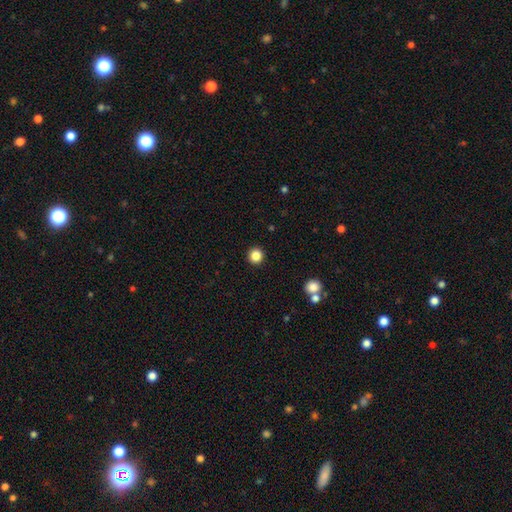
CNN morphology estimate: Smooth or featured: smooth — 86% (star or artifact — 11%)
How rounded: round — 95% (in between — 4%)
Merging: none — 93% (minor disturbance — 4%)